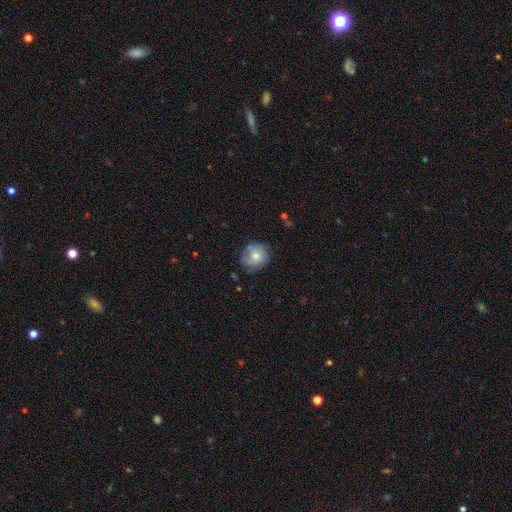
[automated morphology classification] This is likely a smooth galaxy (66%). How rounded: clearly round (80%). Merging: likely none (64%).